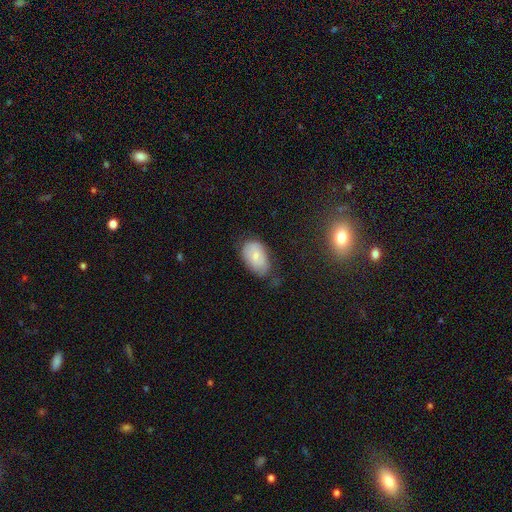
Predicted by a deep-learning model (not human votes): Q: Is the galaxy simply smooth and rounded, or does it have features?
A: smooth — 73%.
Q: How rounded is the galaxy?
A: in between — 92%.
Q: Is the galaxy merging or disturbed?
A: none — 52%.